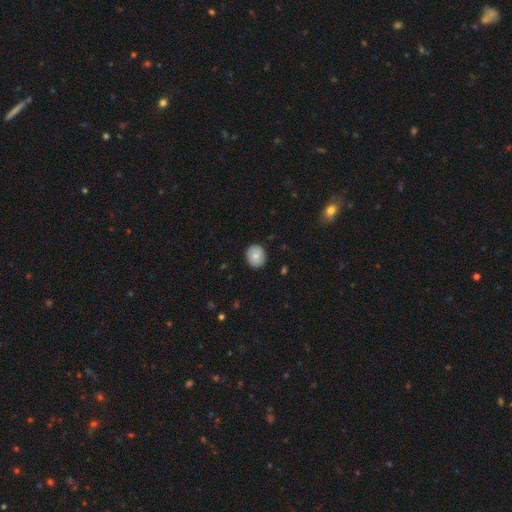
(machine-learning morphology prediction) smooth-or-featured: smooth: 75% | featured or disk: 17% | star or artifact: 7%
  how-rounded: round: 72% | in between: 27% | cigar-shaped: 1%
  merging: none: 88% | minor disturbance: 9% | major disturbance: 2% | merger: 1%